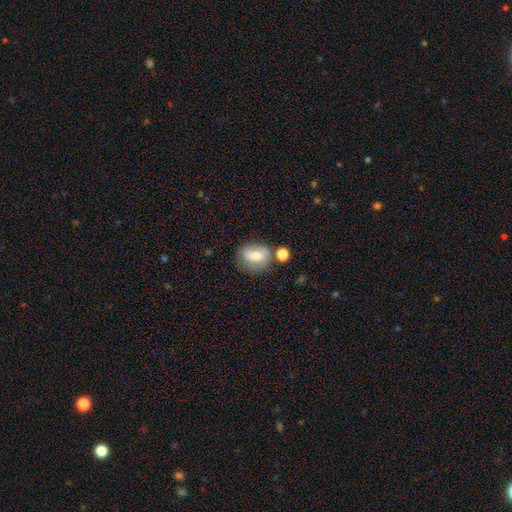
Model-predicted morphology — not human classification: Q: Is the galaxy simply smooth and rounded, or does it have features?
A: smooth — 61%.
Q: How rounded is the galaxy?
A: in between — 49%, tied with round.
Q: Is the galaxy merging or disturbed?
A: none — 55%.